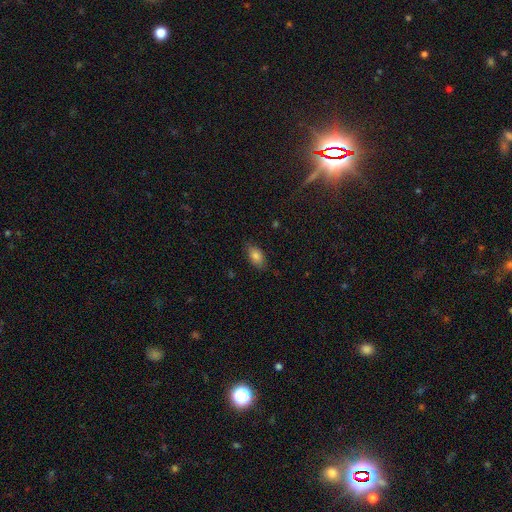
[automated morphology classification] This is clearly a smooth galaxy (82%). How rounded: clearly in between (90%). Merging: likely none (80%).